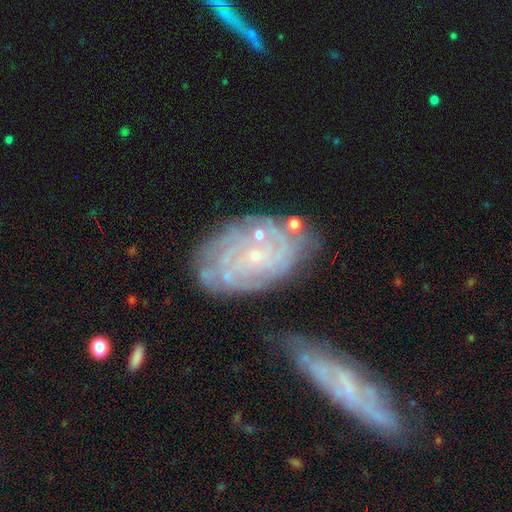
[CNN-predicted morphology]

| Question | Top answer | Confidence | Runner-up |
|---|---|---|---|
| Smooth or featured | featured or disk | 81% | smooth (12%) |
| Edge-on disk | no | 95% | yes (5%) |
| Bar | no | 77% | weak (19%) |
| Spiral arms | yes | 88% | no (12%) |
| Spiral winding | tight | 75% | medium (19%) |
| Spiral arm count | can't tell | 50% | 4 (13%) |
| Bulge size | small | 84% | moderate (10%) |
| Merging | none | 55% | minor disturbance (20%) |